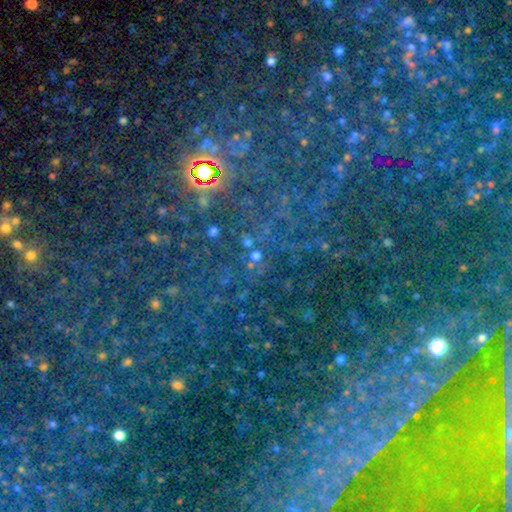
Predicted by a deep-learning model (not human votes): Morphology: type=star or artifact (60%).